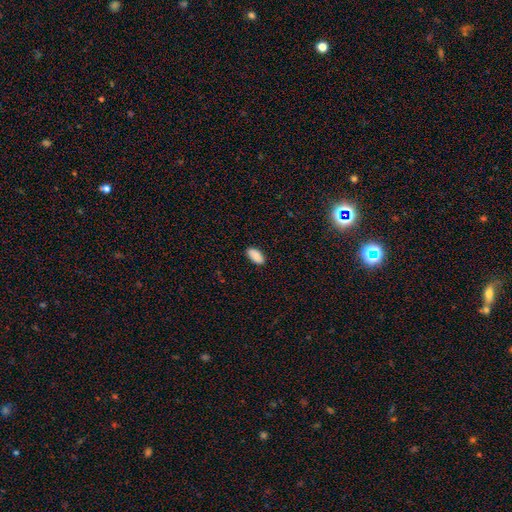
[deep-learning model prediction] The model was most divided on "merging": none: 87%, minor disturbance: 10%, major disturbance: 2%, merger: 1%. More confident: how rounded — in between (94%); smooth or featured — smooth (90%).